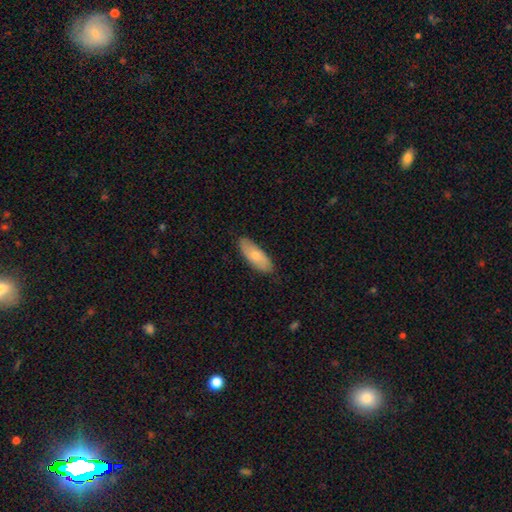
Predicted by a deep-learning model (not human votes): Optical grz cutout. It shows a smooth galaxy with no disk features (70%) that is in between round and cigar-shaped (75%). Merging: none (84%).